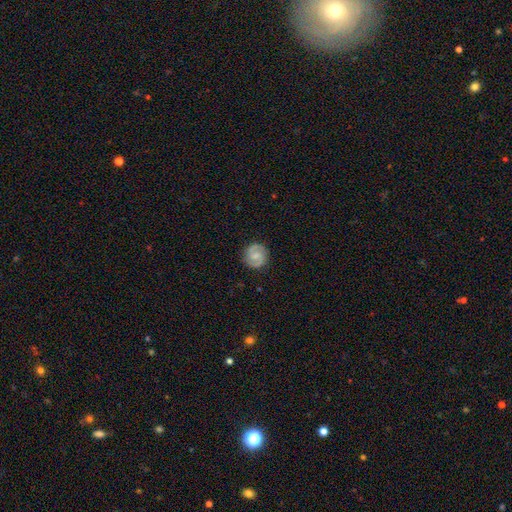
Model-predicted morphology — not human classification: type=featured or disk (74%); edge-on=no (98%); bar=weak (48%); spiral arms=yes (96%); winding=medium (48%); arm count=2 (92%); bulge=small (42%); merging=none (87%).